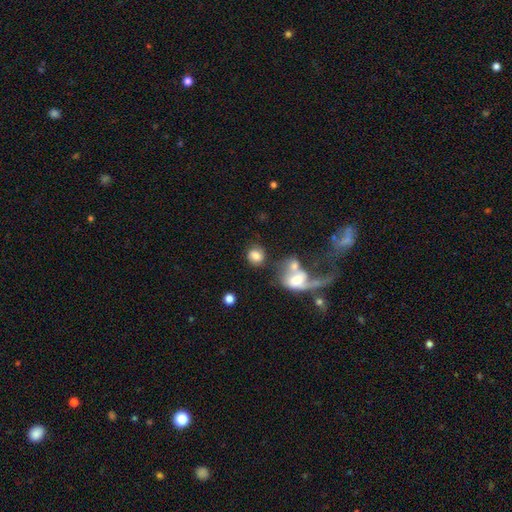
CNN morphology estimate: smooth-or-featured: smooth: 75% | featured or disk: 16% | star or artifact: 9%
  how-rounded: round: 66% | in between: 33% | cigar-shaped: 2%
  merging: none: 54% | merger: 21% | minor disturbance: 14% | major disturbance: 11%